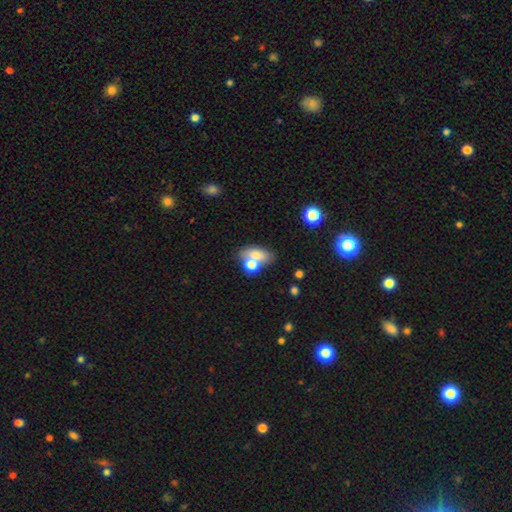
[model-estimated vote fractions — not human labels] A smooth galaxy with no disk features (70%) that is in between round and cigar-shaped (78%). Merging: merger (41%).